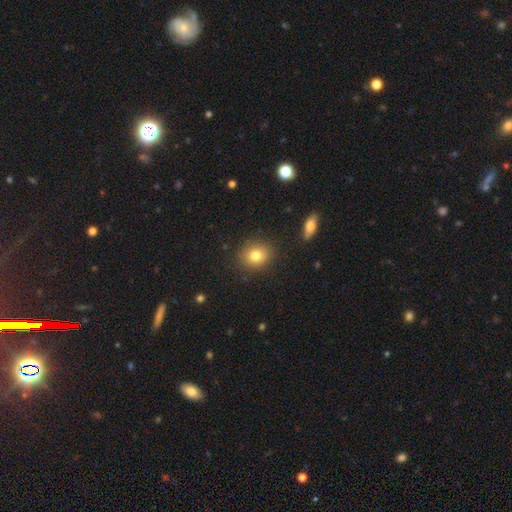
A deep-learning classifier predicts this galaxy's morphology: smooth-or-featured: smooth: 80% | star or artifact: 10% | featured or disk: 9%
  how-rounded: round: 69% | in between: 30% | cigar-shaped: 1%
  merging: none: 86% | minor disturbance: 10% | major disturbance: 3% | merger: 2%